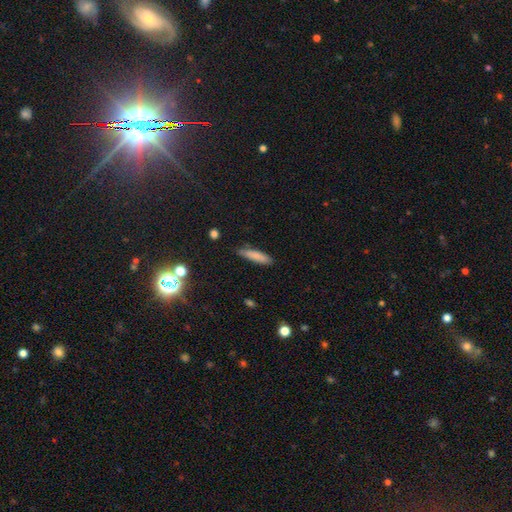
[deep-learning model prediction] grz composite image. It shows a smooth galaxy with no disk features (83%) that is cigar-shaped (78%). Merging: none (79%).